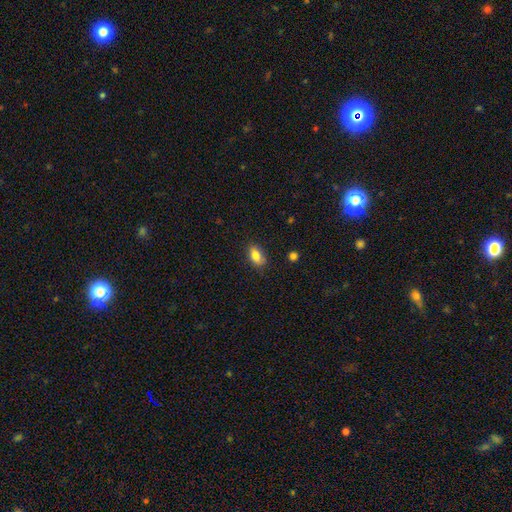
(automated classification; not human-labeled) A smooth galaxy with no disk features (81%) that is in between round and cigar-shaped (87%).

Vote fractions:
- Smooth or featured? smooth: 81% / featured or disk: 10% / star or artifact: 9%
- How rounded? in between: 87% / round: 8% / cigar-shaped: 6%
- Merging? none: 79% / minor disturbance: 16% / major disturbance: 3% / merger: 2%